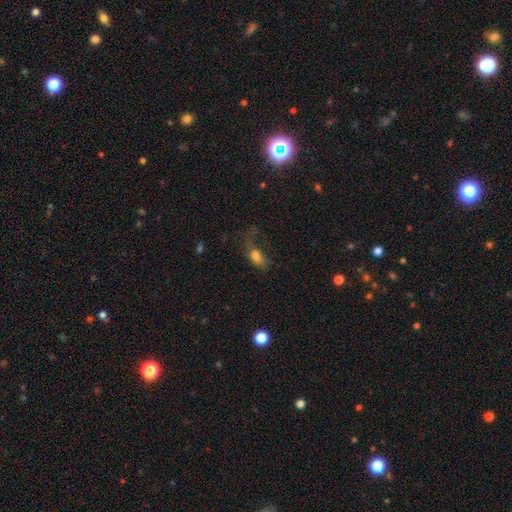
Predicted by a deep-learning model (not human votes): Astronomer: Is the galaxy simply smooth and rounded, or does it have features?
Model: smooth — 70%.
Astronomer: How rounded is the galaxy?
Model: in between — 80%.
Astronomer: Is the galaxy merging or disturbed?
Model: major disturbance — 48% (runner-up: none, 26%).